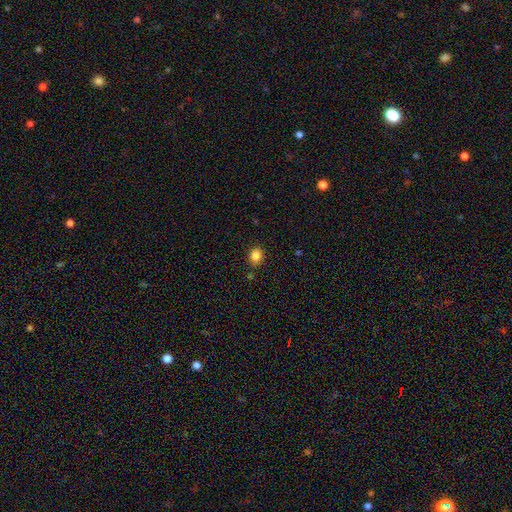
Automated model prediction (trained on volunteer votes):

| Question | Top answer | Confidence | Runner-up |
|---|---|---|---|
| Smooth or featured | smooth | 85% | star or artifact (11%) |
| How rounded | round | 50% | in between (49%) |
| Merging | none | 83% | minor disturbance (11%) |